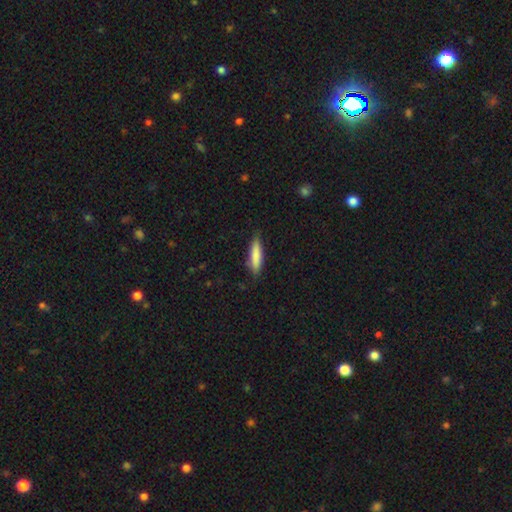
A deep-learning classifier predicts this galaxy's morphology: Overall: smooth (83%). How rounded: cigar-shaped (66%; in between 32%). Merging: none (80%).